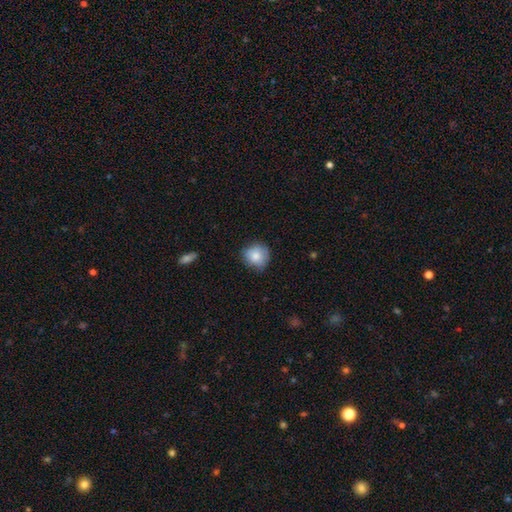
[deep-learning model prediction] Morphology: type=smooth (81%); roundness=round (85%); merging=none (73%).